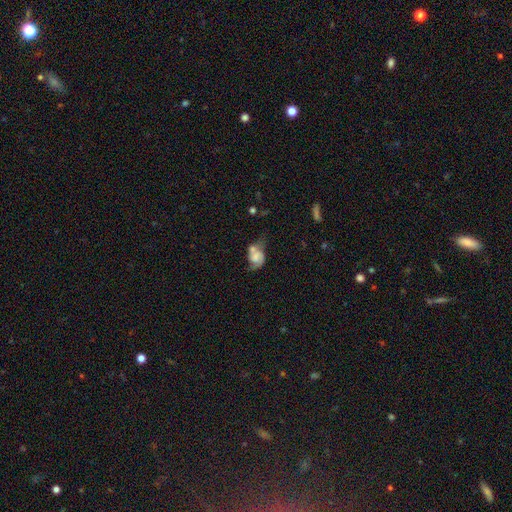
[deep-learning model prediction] smooth_or_featured: smooth (p=0.47) [alt: featured or disk p=0.43]
merging: merger (p=0.31) [alt: none p=0.24]